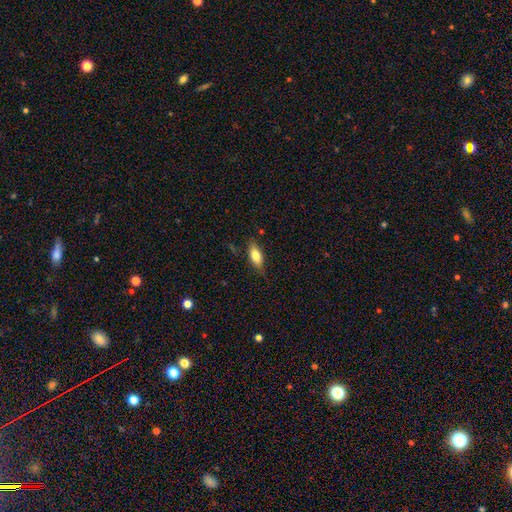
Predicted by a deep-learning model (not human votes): Smooth or featured? smooth (77%)
How rounded? in between (78%)
Merging? none (79%)